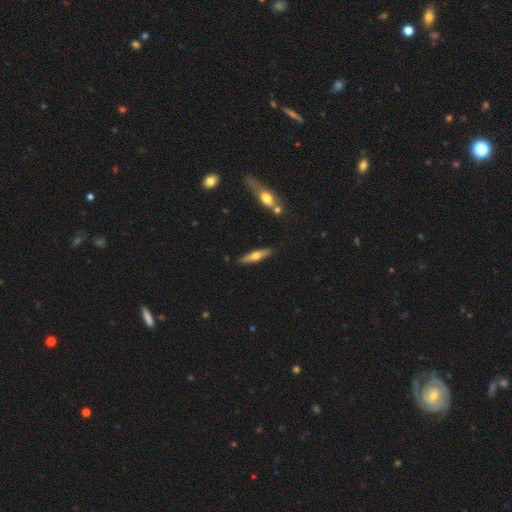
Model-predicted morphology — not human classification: Q: Smooth or featured?
A: featured or disk (54%); runner-up: smooth (40%)
Q: Edge-on disk?
A: yes (93%); runner-up: no (7%)
Q: Edge-on bulge?
A: rounded (93%); runner-up: none (4%)
Q: Merging?
A: none (87%); runner-up: minor disturbance (9%)